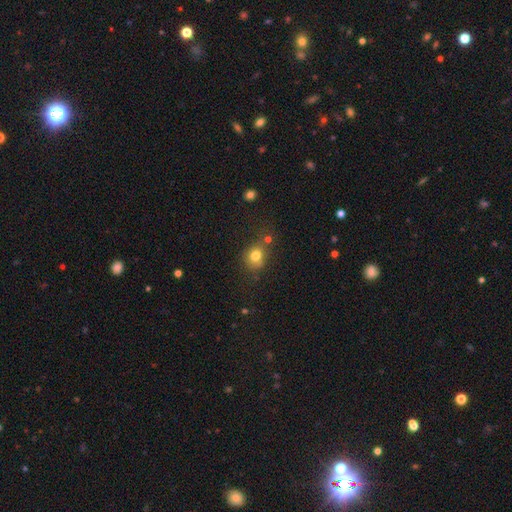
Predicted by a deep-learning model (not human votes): smooth 77%, star or artifact 13%, featured or disk 10%. Down the decision tree: how rounded — round (68%); merging — none (57%).